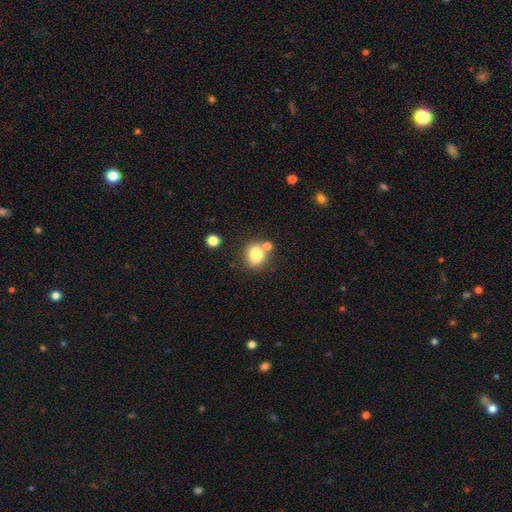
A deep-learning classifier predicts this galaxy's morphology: Smooth or featured?
  - smooth: 82% *
  - star or artifact: 10%
  - featured or disk: 8%
How rounded?
  - round: 58% *
  - in between: 41%
  - cigar-shaped: 1%
Merging?
  - none: 61% *
  - merger: 20%
  - minor disturbance: 14%
  - major disturbance: 4%